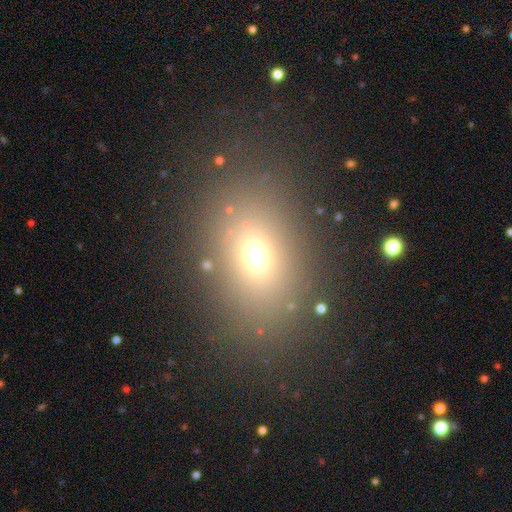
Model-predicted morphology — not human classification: This is likely a smooth galaxy (66%). How rounded: likely in between (68%). Merging: clearly none (82%).